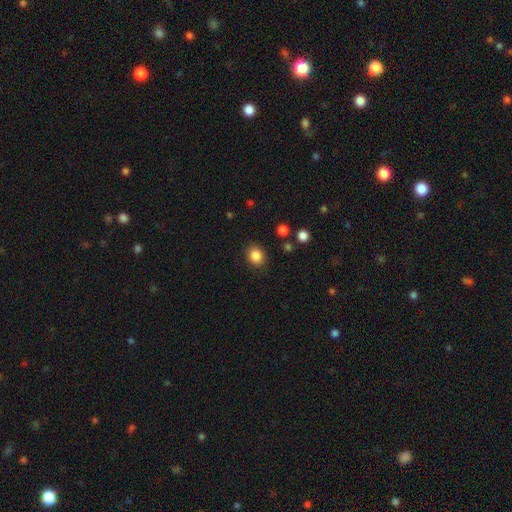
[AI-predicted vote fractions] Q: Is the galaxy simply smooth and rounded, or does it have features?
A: smooth — 86%.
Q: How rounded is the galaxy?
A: round — 60%.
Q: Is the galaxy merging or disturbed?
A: none — 88%.